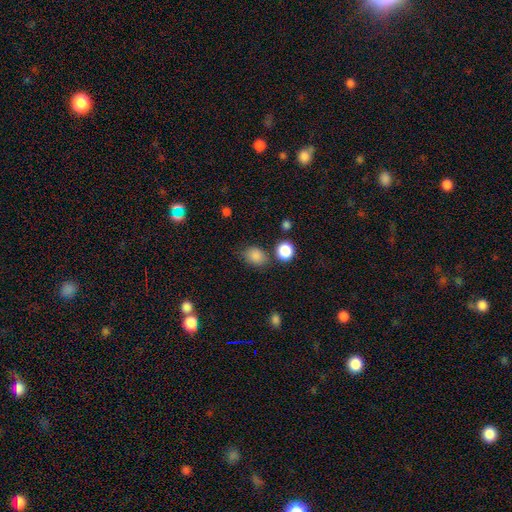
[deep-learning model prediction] This appears to be a smooth galaxy with no disk features (85%) that is in between round and cigar-shaped (55%). Merging: none (70%).